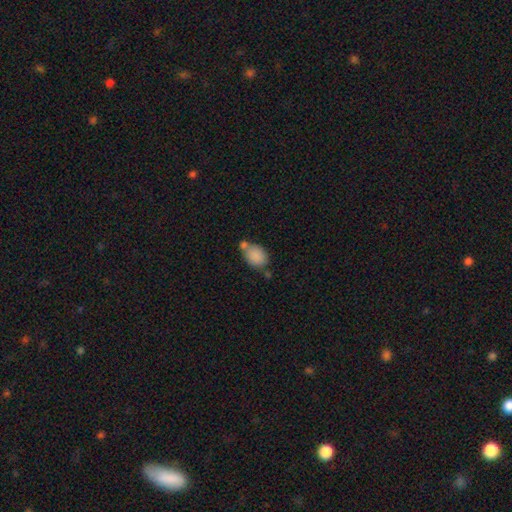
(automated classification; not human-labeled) smooth_or_featured: smooth (p=0.85) [alt: star or artifact p=0.08]
how_rounded: in between (p=0.70) [alt: round p=0.29]
merging: none (p=0.48) [alt: merger p=0.27]